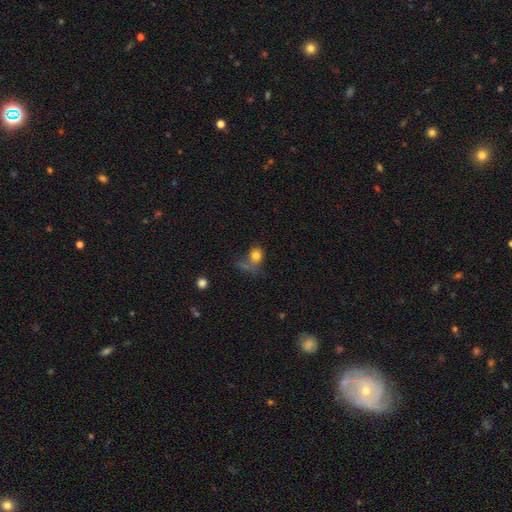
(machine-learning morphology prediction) This is likely a smooth galaxy (78%). How rounded: possibly round (57%). Merging: marginally none (39%).